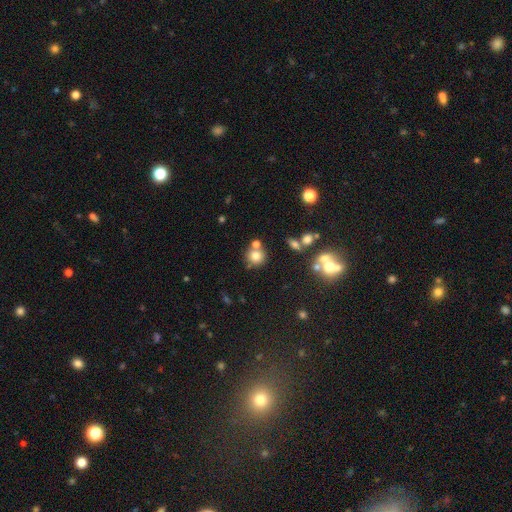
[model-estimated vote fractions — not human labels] smooth_or_featured: smooth (p=0.75) [alt: star or artifact p=0.14]
how_rounded: round (p=0.87) [alt: in between p=0.12]
merging: none (p=0.61) [alt: merger p=0.25]